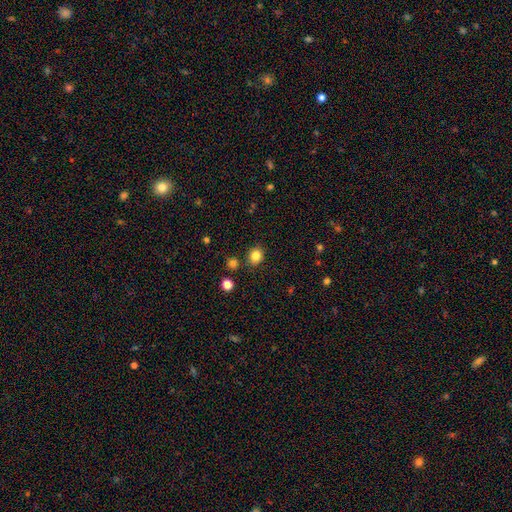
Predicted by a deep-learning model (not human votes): The model was most divided on "how rounded": round: 65%, in between: 34%, cigar-shaped: 1%. More confident: merging — none (84%); smooth or featured — smooth (83%).